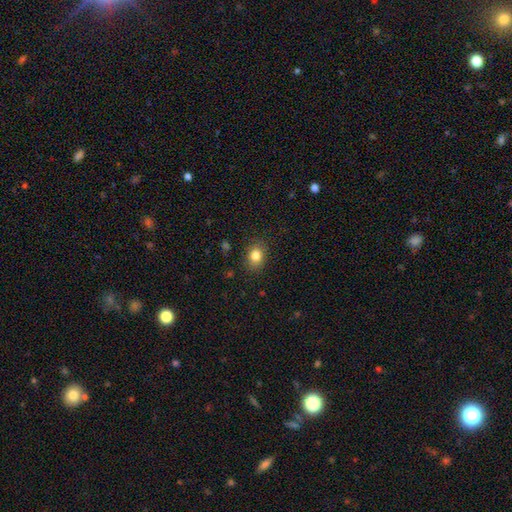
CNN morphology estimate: smooth-or-featured: smooth: 82% | star or artifact: 10% | featured or disk: 7%
  how-rounded: in between: 56% | round: 43% | cigar-shaped: 1%
  merging: none: 86% | minor disturbance: 10% | major disturbance: 3% | merger: 1%